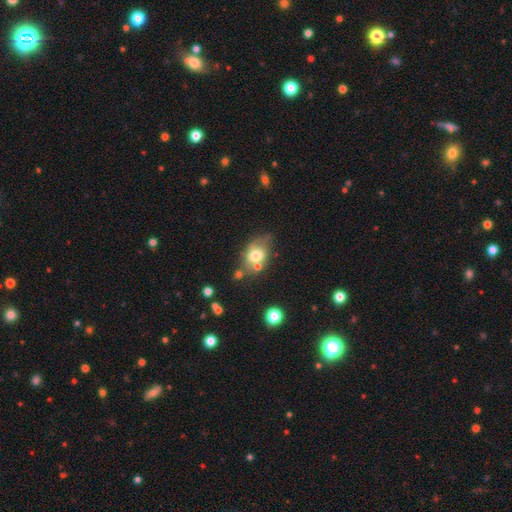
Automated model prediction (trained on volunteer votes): Smooth or featured? smooth (63%)
How rounded? in between (74%)
Merging? none (42%)